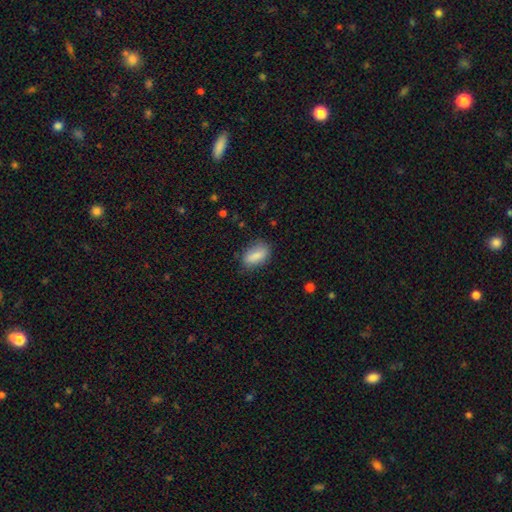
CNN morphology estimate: Smooth or featured: smooth — 83% (featured or disk — 9%)
How rounded: in between — 86% (cigar-shaped — 8%)
Merging: none — 76% (minor disturbance — 18%)